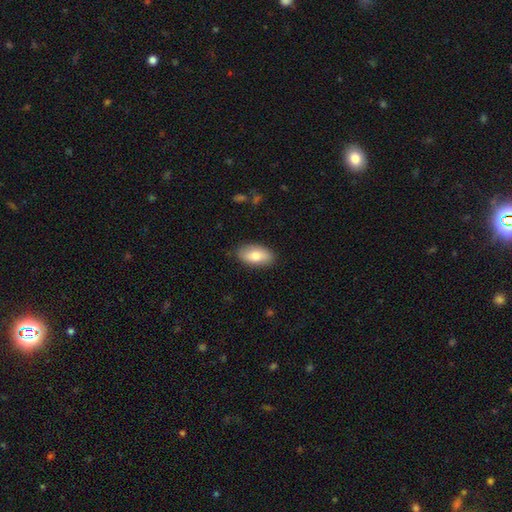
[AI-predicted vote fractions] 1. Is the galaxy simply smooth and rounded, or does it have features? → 76% smooth, 18% featured or disk, 6% star or artifact.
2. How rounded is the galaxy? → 92% in between, 4% cigar-shaped, 4% round.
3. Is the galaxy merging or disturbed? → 86% none, 11% minor disturbance, 2% major disturbance, 1% merger.